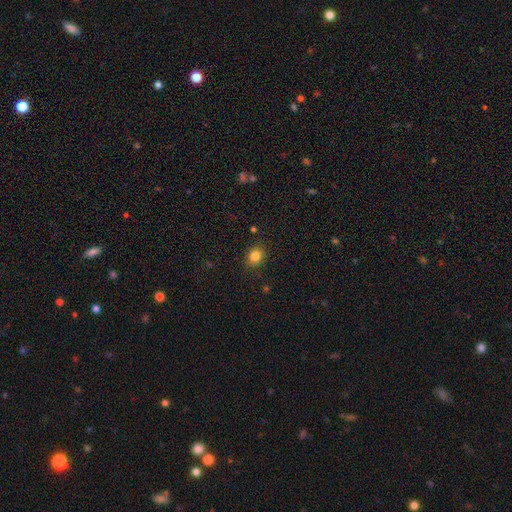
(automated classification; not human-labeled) Overall: smooth (83%). How rounded: round (62%; in between 37%). Merging: none (88%).